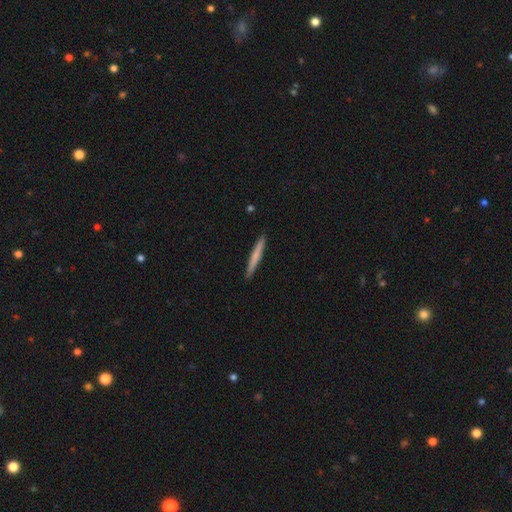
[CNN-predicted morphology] This appears to be a smooth galaxy with no disk features (66%) that is cigar-shaped (97%). Merging: none (92%).